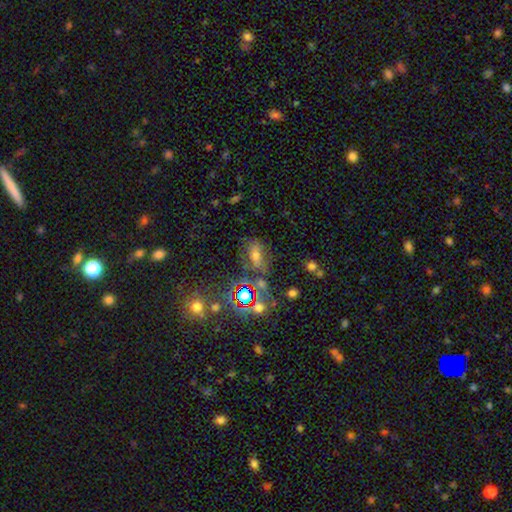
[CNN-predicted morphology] type=smooth (50%); merging=none (59%).